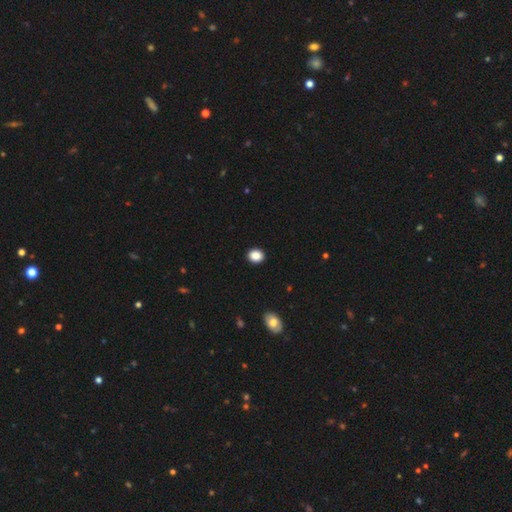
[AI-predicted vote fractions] smooth_or_featured: smooth (p=0.87) [alt: star or artifact p=0.09]
how_rounded: round (p=0.64) [alt: in between p=0.35]
merging: none (p=0.92) [alt: minor disturbance p=0.05]